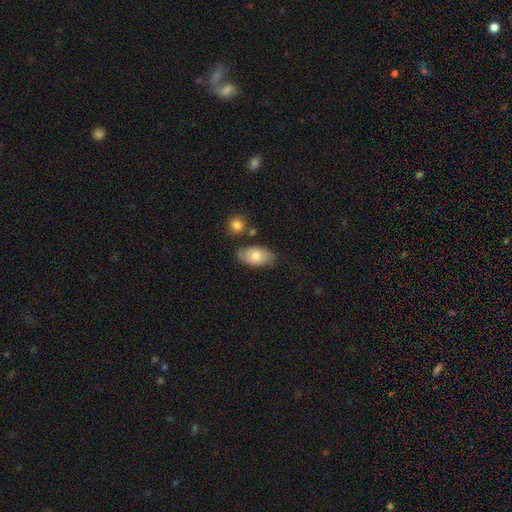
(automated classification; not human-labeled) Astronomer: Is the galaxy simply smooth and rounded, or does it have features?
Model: smooth — 75%.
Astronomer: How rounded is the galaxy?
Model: in between — 91%.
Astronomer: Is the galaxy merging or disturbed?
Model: none — 68%.